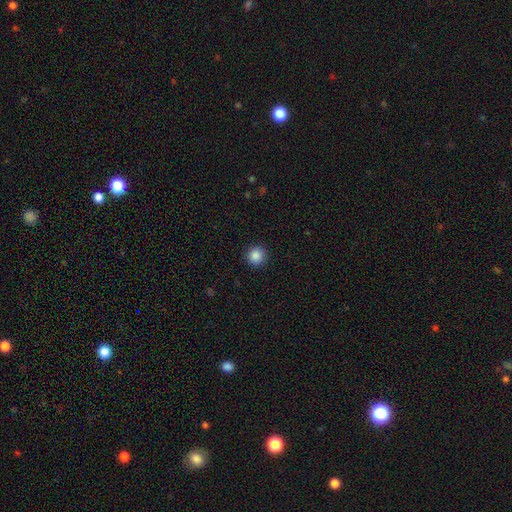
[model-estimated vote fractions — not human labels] Overall: smooth (87%). How rounded: round (94%). Merging: none (92%).